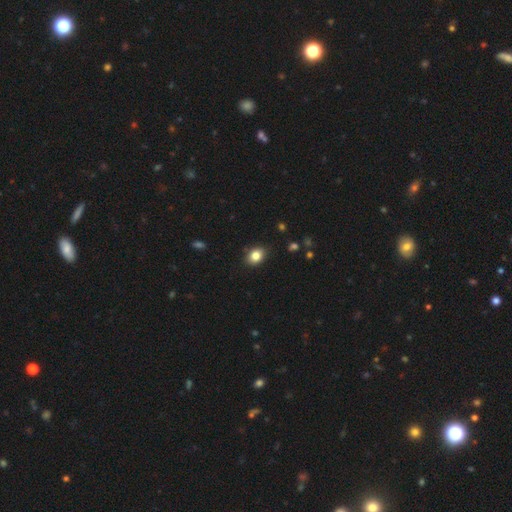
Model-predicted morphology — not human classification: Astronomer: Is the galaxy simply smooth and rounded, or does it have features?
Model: smooth — 83%.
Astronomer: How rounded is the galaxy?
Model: in between — 62%.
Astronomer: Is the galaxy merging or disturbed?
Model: none — 87%.